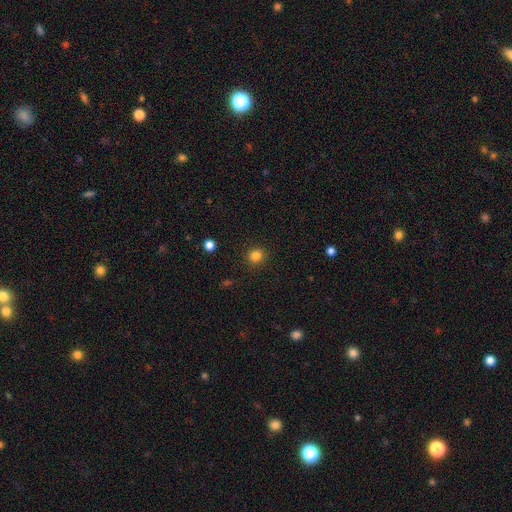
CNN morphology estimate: Smooth or featured: smooth — 84% (star or artifact — 12%)
How rounded: round — 87% (in between — 12%)
Merging: none — 90% (minor disturbance — 6%)